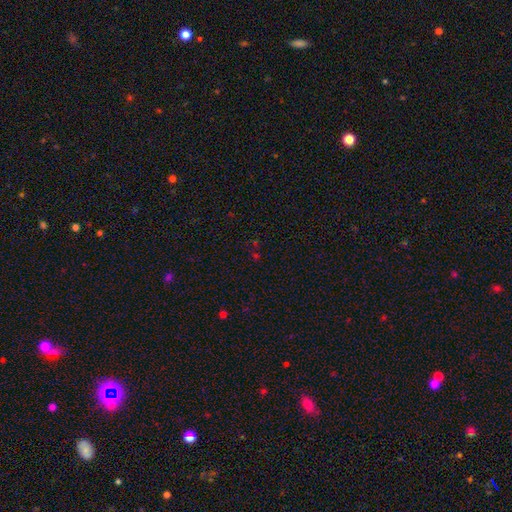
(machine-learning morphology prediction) star or artifact 60%, smooth 31%, featured or disk 9%.